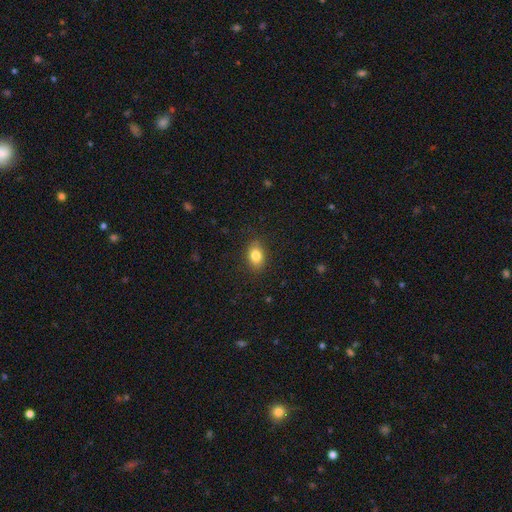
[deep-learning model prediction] smooth_or_featured: smooth (p=0.82) [alt: star or artifact p=0.09]
how_rounded: in between (p=0.80) [alt: round p=0.19]
merging: none (p=0.86) [alt: minor disturbance p=0.10]